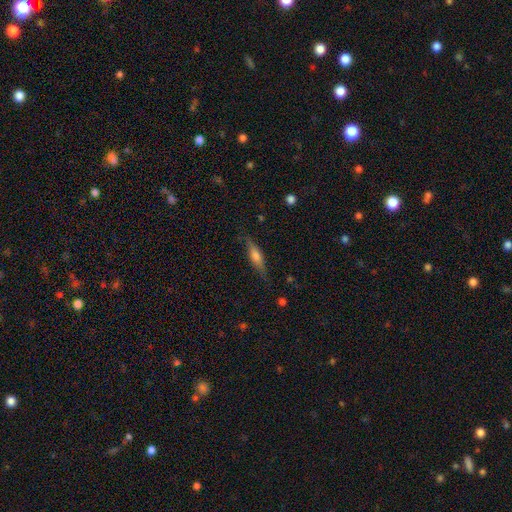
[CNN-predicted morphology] Overall: smooth (48%; featured or disk 44%). Merging: none (78%).